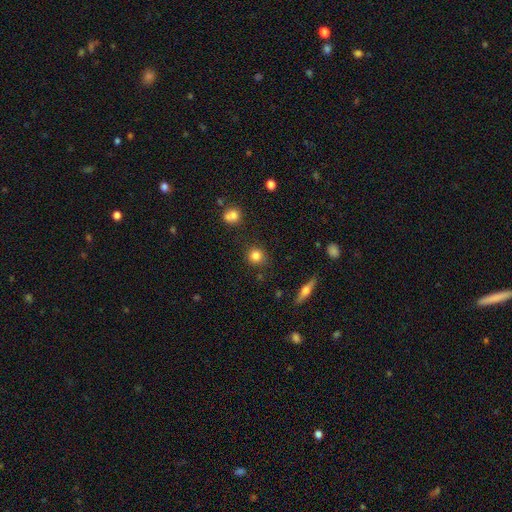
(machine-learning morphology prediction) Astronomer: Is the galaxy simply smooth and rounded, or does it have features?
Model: smooth — 83%.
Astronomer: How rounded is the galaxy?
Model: round — 89%.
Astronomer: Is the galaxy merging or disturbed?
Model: none — 86%.